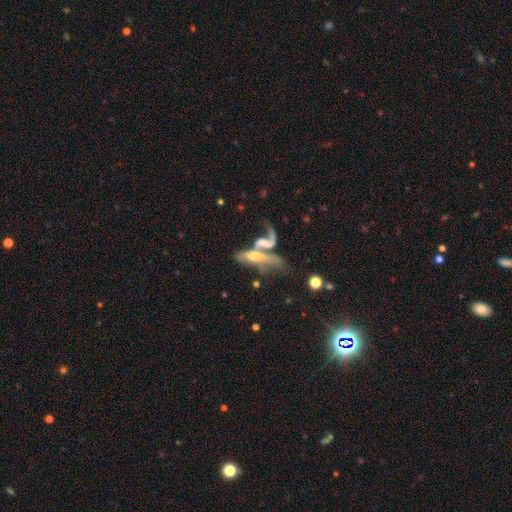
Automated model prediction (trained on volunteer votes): The model was most divided on "smooth or featured": featured or disk: 56%, smooth: 35%, star or artifact: 9%. More confident: edge-on disk — no (66%); merging — merger (63%).